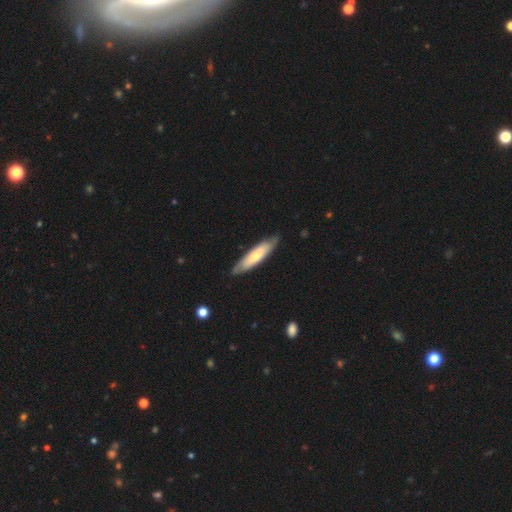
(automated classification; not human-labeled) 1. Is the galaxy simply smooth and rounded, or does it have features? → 54% smooth, 42% featured or disk, 5% star or artifact.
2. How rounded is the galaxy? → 68% cigar-shaped, 31% in between, 1% round.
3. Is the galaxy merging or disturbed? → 81% none, 15% minor disturbance, 3% major disturbance, 1% merger.